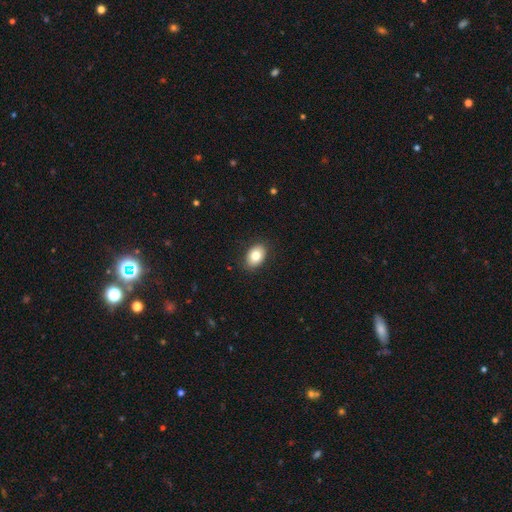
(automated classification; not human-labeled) smooth_or_featured: smooth (p=0.81) [alt: featured or disk p=0.11]
how_rounded: in between (p=0.83) [alt: round p=0.16]
merging: none (p=0.88) [alt: minor disturbance p=0.09]